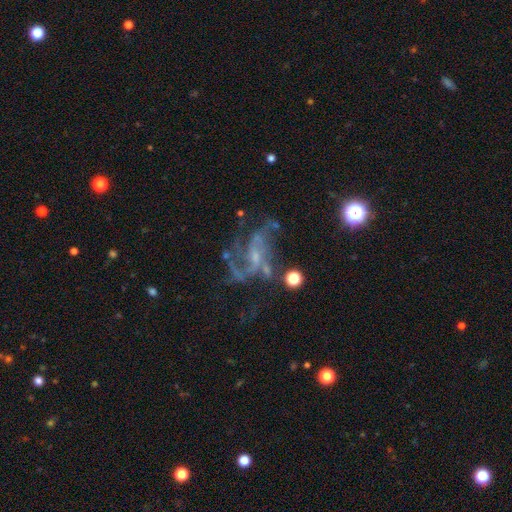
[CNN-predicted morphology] smooth-or-featured: featured or disk: 79% | star or artifact: 13% | smooth: 8%
  disk-edge-on: no: 97% | yes: 3%
    bar: no: 47% | weak: 39% | strong: 13%
    has-spiral-arms: yes: 83% | no: 17%
      spiral-winding: loose: 46% | medium: 40% | tight: 14%
      spiral-arm-count: 2: 40% | can't tell: 22% | 3: 19% | 1: 7% | 4: 7% | more than 4: 5%
    bulge-size: small: 61% | none: 18% | moderate: 18% | large: 2% | dominant: 1%
  merging: none: 41% | major disturbance: 33% | minor disturbance: 17% | merger: 8%